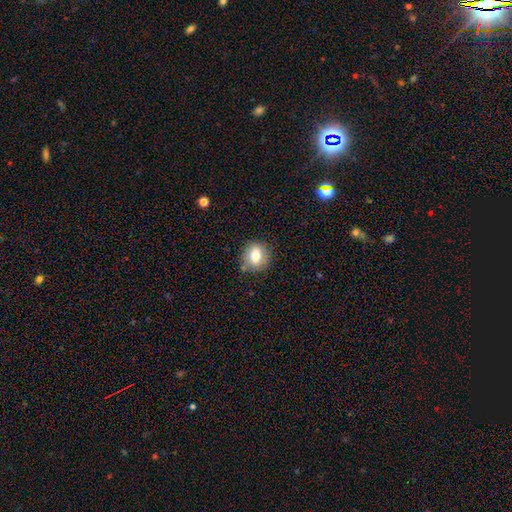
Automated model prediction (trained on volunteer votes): smooth 76%, featured or disk 14%, star or artifact 10%. Down the decision tree: how rounded — round (78%); merging — none (82%).